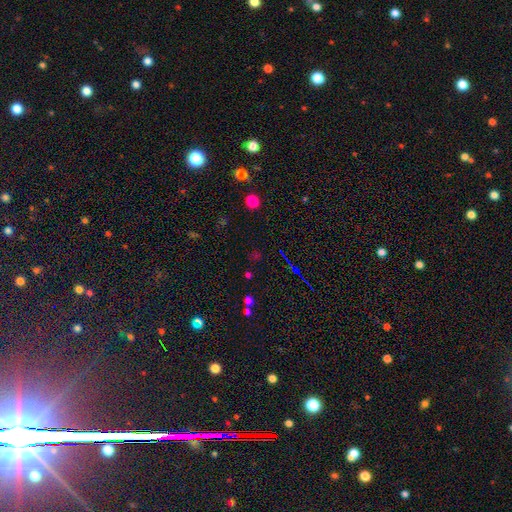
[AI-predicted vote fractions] star or artifact 57%, smooth 34%, featured or disk 9%.